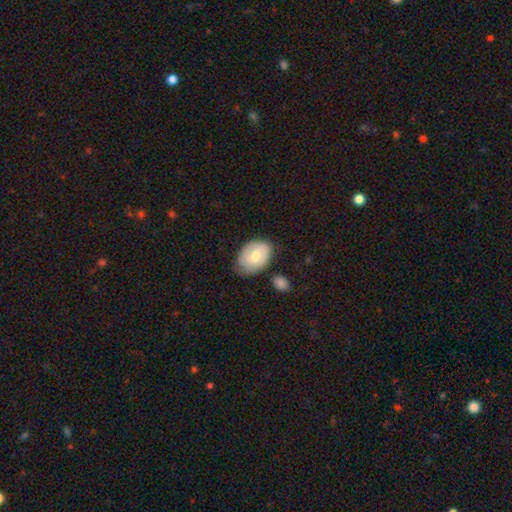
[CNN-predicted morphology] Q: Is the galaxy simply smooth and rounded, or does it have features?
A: smooth — 61%.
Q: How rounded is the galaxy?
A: in between — 78%.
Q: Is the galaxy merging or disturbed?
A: none — 58%.